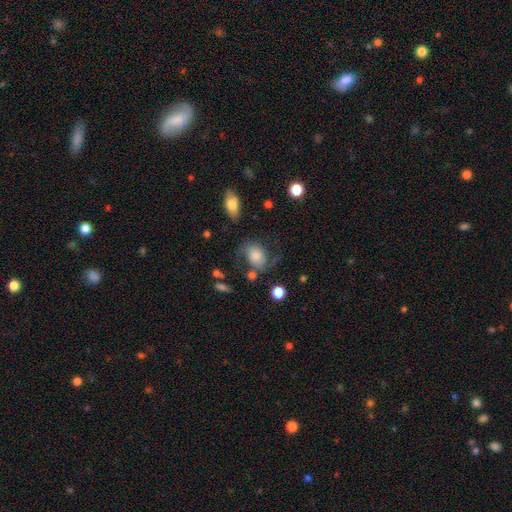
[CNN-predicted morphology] Overall: featured or disk (49%; smooth 40%). Merging: none (55%; minor disturbance 22%).